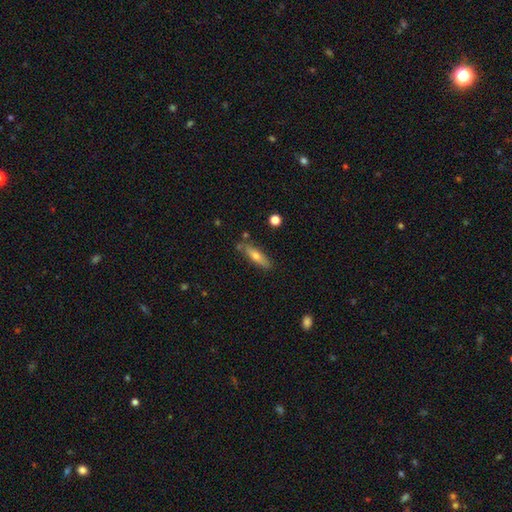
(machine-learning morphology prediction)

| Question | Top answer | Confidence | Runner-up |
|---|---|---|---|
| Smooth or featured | smooth | 58% | featured or disk (35%) |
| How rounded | cigar-shaped | 69% | in between (29%) |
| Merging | none | 79% | minor disturbance (14%) |